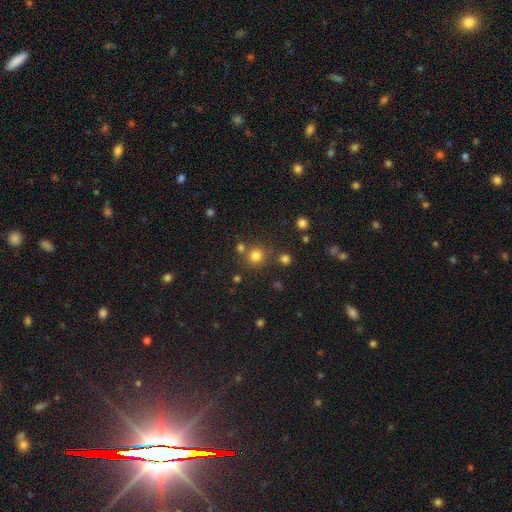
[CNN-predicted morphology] The model was most divided on "merging": none: 74%, merger: 14%, minor disturbance: 8%, major disturbance: 4%. More confident: how rounded — round (92%); smooth or featured — smooth (78%).